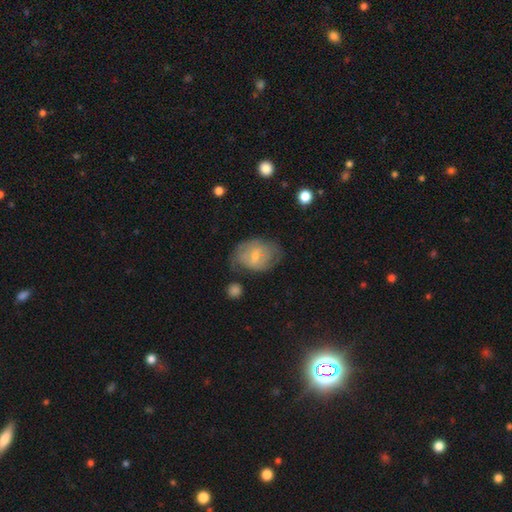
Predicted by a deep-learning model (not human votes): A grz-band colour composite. It shows a smooth galaxy with no disk features (46%). Merging: none (58%).